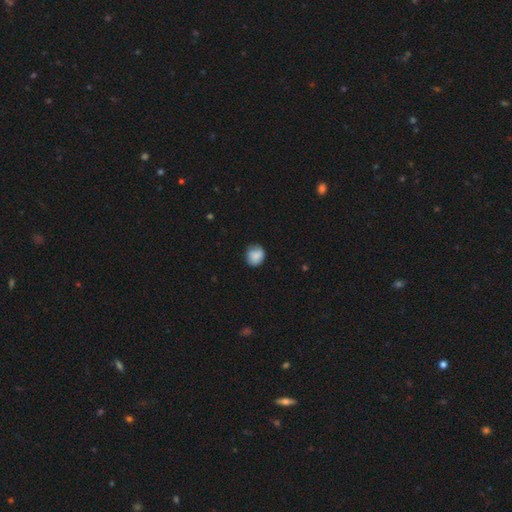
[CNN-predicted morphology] Smooth or featured? smooth (85%)
How rounded? round (79%)
Merging? none (77%)